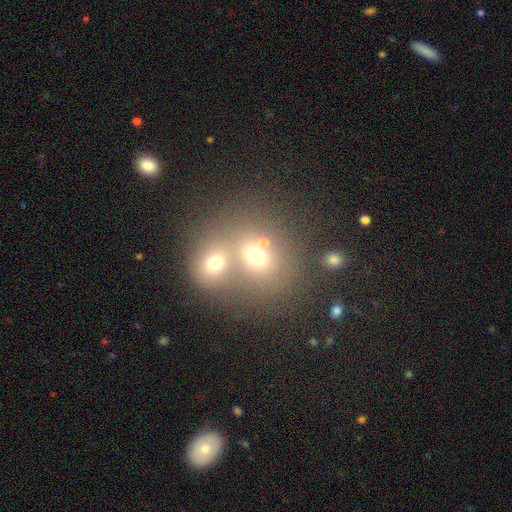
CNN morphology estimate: Q: Smooth or featured?
A: smooth (64%); runner-up: star or artifact (18%)
Q: How rounded?
A: round (71%); runner-up: in between (28%)
Q: Merging?
A: merger (58%); runner-up: none (32%)